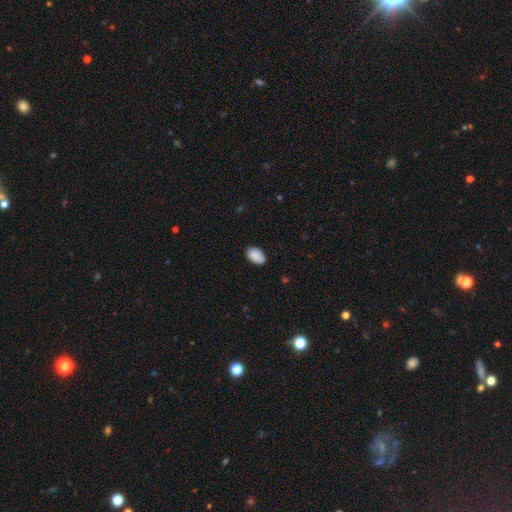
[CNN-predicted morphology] Smooth or featured? smooth (89%)
How rounded? in between (92%)
Merging? none (81%)